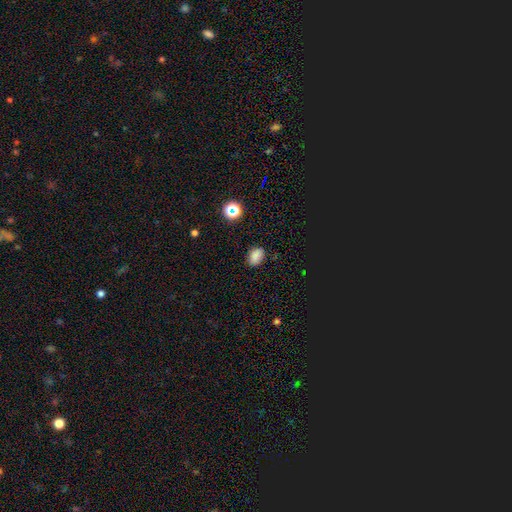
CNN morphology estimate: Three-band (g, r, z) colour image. It shows a smooth galaxy with no disk features (80%) that is in between round and cigar-shaped (75%). Merging: none (82%).